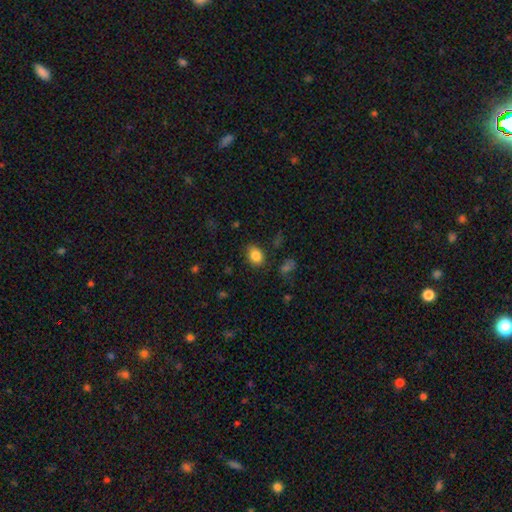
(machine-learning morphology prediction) smooth 84%, star or artifact 9%, featured or disk 6%. Down the decision tree: how rounded — in between (67%); merging — none (79%).